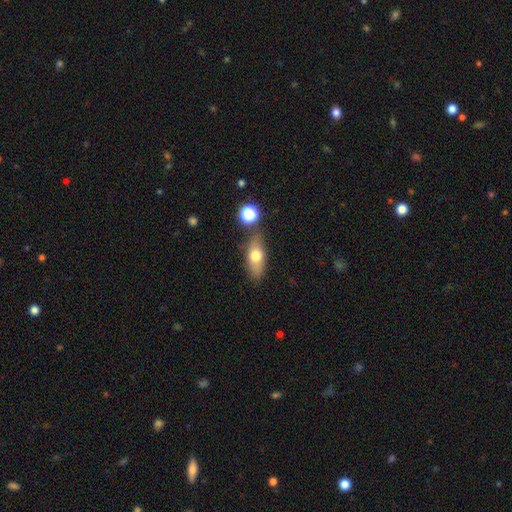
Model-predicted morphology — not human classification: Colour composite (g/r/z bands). It shows a smooth galaxy with no disk features (67%) that is in between round and cigar-shaped (73%). Merging: none (71%).